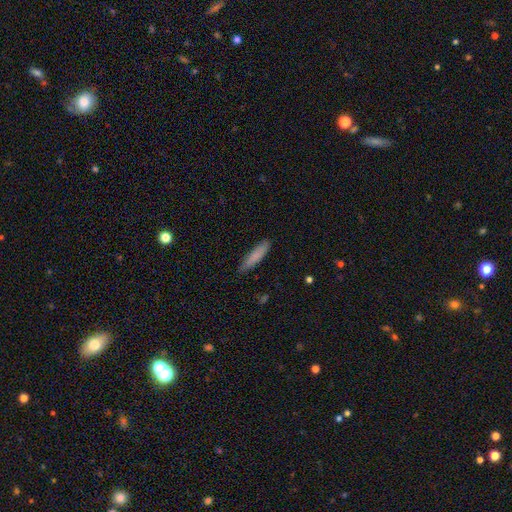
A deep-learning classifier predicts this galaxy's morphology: Smooth or featured?
  - smooth: 83% *
  - featured or disk: 11%
  - star or artifact: 6%
How rounded?
  - cigar-shaped: 83% *
  - in between: 15%
  - round: 1%
Merging?
  - none: 83% *
  - minor disturbance: 13%
  - major disturbance: 2%
  - merger: 1%